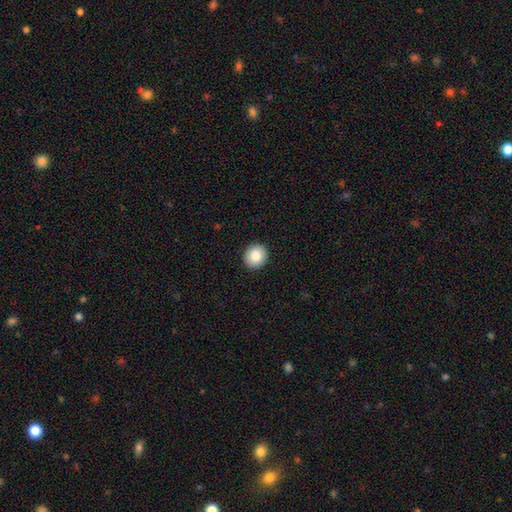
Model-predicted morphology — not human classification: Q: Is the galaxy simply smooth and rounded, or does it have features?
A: smooth — 84%.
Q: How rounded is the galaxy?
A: round — 88%.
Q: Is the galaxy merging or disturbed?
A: none — 93%.